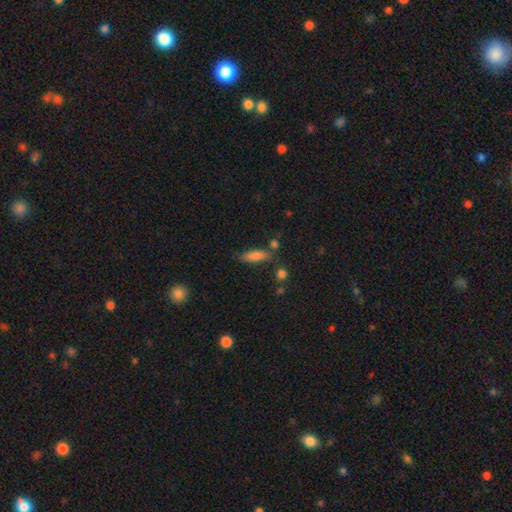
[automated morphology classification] A smooth galaxy with no disk features (78%) that is cigar-shaped (49%).

Vote fractions:
- Smooth or featured? smooth: 78% / featured or disk: 14% / star or artifact: 9%
- How rounded? cigar-shaped: 49% / in between: 48% / round: 3%
- Merging? none: 68% / minor disturbance: 18% / merger: 9% / major disturbance: 5%